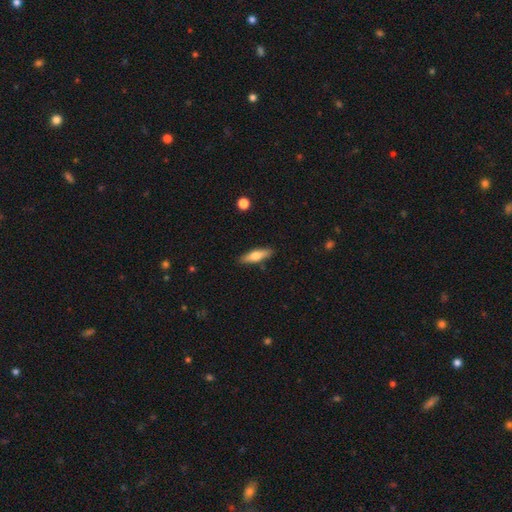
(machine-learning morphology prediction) Smooth or featured? Predicted: smooth (p=0.59). How rounded? Predicted: cigar-shaped (p=0.63). Merging? Predicted: none (p=0.87).